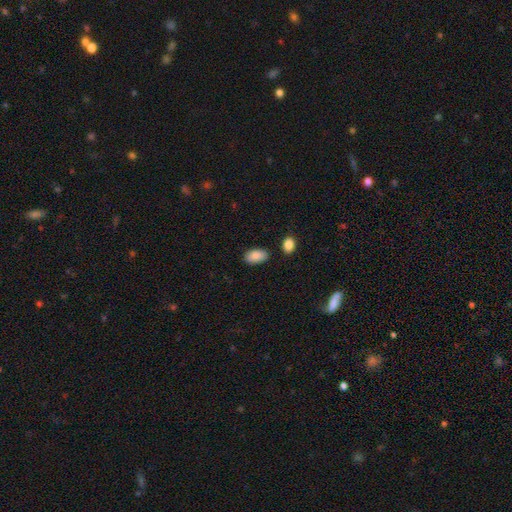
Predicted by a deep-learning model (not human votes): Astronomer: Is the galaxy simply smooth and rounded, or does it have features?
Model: smooth — 88%.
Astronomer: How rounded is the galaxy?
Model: in between — 94%.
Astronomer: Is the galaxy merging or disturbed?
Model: none — 83%.